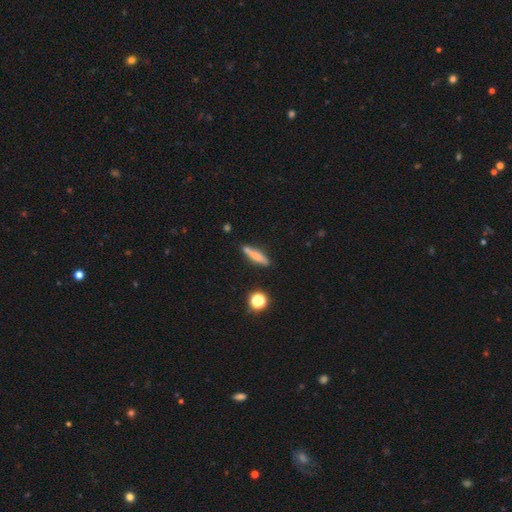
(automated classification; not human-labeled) This appears to be a smooth galaxy with no disk features (61%) that is cigar-shaped (81%). Merging: none (79%).